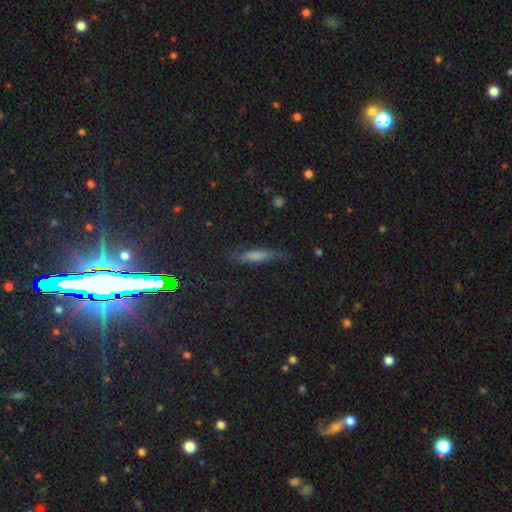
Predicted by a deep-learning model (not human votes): This is possibly a smooth galaxy (59%). How rounded: likely cigar-shaped (74%). Merging: likely none (69%).